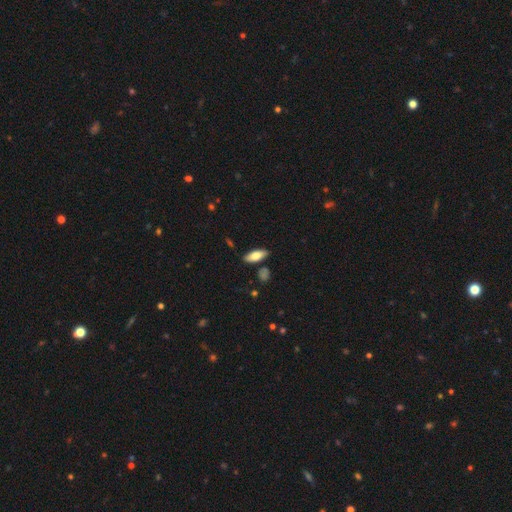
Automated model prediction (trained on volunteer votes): Overall: smooth (77%). How rounded: in between (78%). Merging: none (83%).